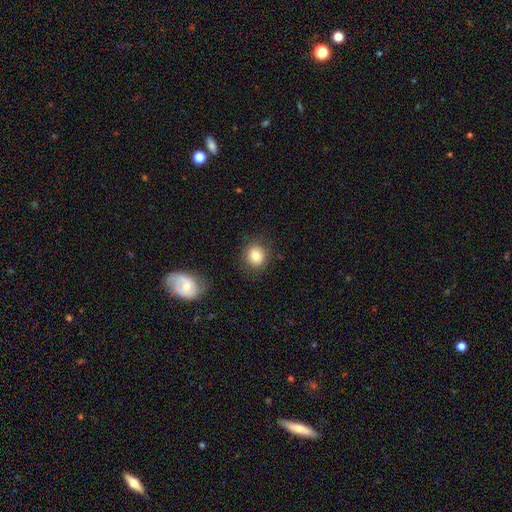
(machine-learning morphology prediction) smooth_or_featured: smooth (p=0.81) [alt: star or artifact p=0.10]
how_rounded: round (p=0.83) [alt: in between p=0.16]
merging: none (p=0.86) [alt: minor disturbance p=0.09]